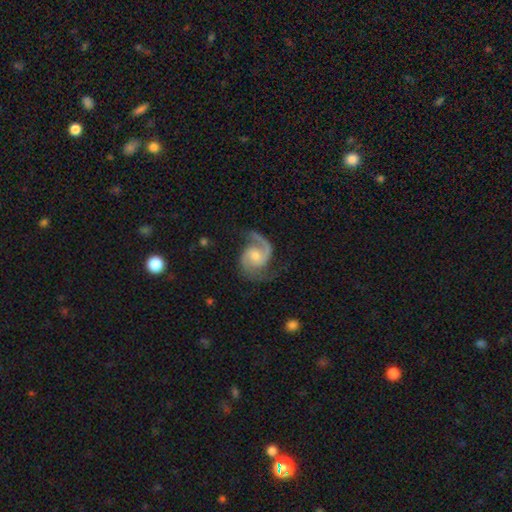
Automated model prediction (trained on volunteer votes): Smooth or featured? featured or disk (91%)
Edge-on disk? no (98%)
Bar? no (60%)
Spiral arms? yes (98%)
Spiral winding? medium (58%)
Spiral arm count? 2 (90%)
Bulge size? moderate (46%)
Merging? none (73%)